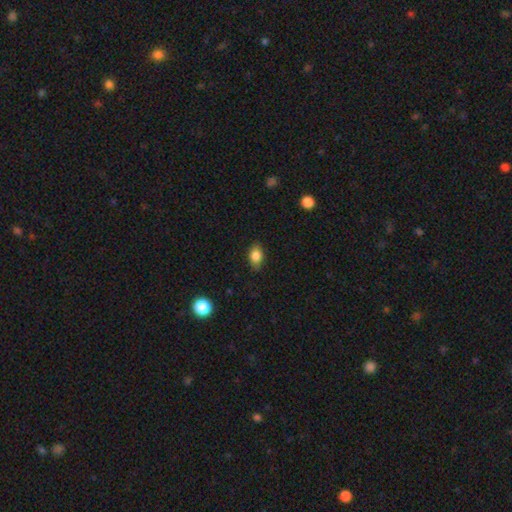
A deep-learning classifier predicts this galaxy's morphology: type=smooth (83%); roundness=in between (80%); merging=none (82%).